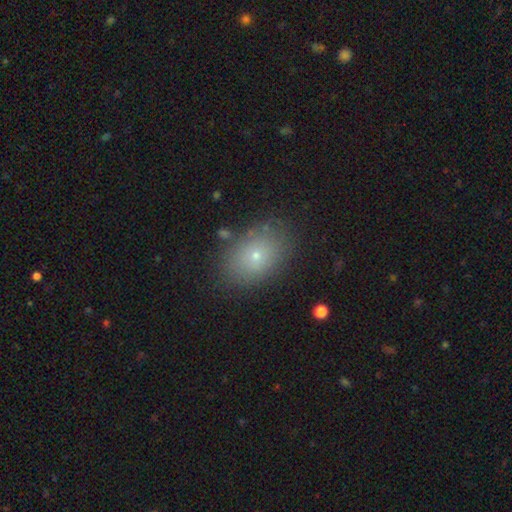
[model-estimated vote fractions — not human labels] This appears to be a smooth galaxy with no disk features (70%) that is in between round and cigar-shaped (75%). Merging: none (83%).